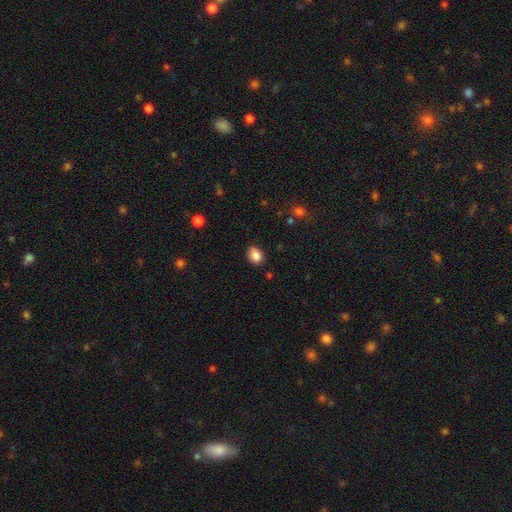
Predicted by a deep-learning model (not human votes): smooth_or_featured: smooth (p=0.86) [alt: star or artifact p=0.09]
how_rounded: in between (p=0.60) [alt: round p=0.39]
merging: none (p=0.83) [alt: minor disturbance p=0.13]